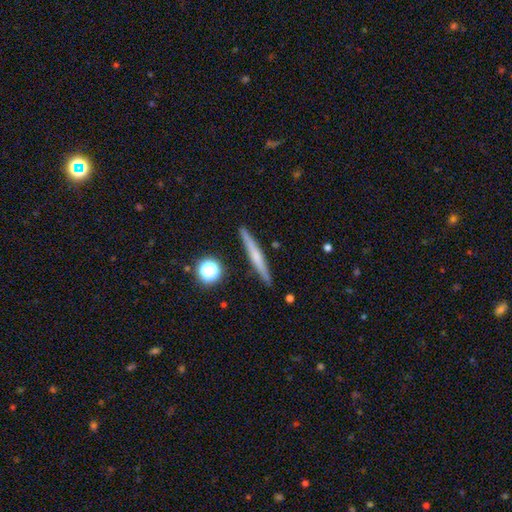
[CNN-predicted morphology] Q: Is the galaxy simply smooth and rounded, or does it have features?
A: featured or disk — 49%.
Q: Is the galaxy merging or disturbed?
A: none — 90%.